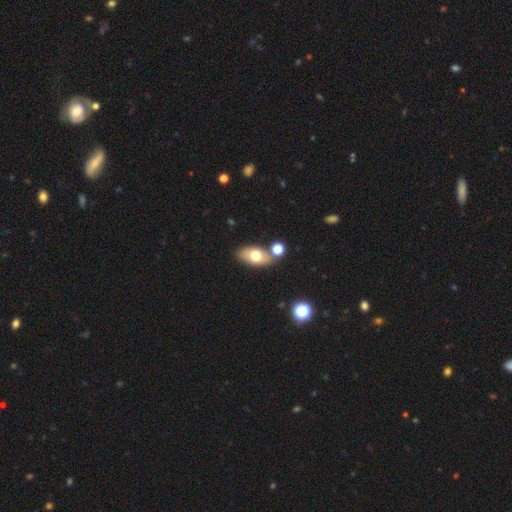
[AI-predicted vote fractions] Smooth or featured: smooth — 68% (featured or disk — 24%)
How rounded: in between — 88% (round — 8%)
Merging: none — 71% (merger — 14%)